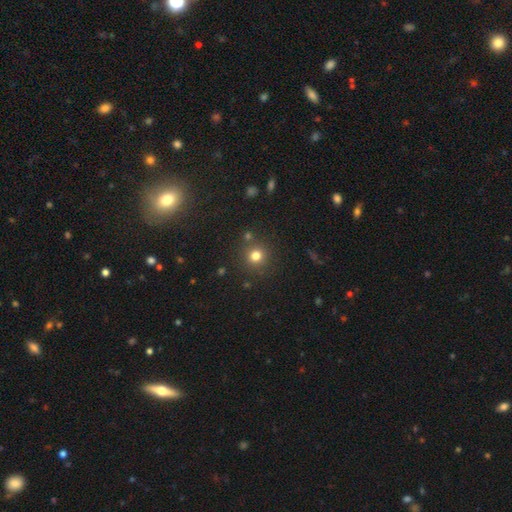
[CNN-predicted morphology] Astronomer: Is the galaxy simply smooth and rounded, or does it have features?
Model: smooth — 77%.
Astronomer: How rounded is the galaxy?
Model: round — 92%.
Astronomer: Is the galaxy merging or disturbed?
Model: none — 84%.